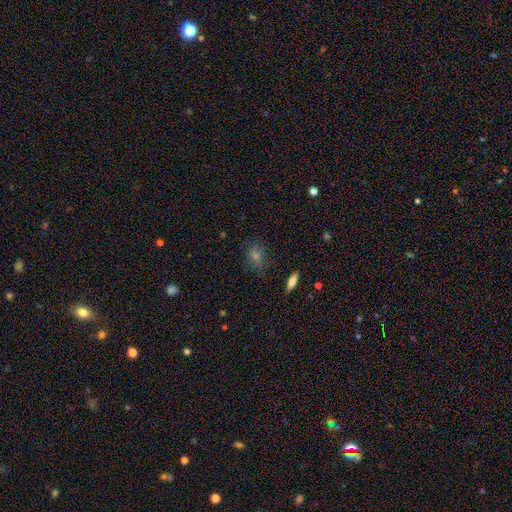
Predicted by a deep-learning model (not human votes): smooth-or-featured: smooth: 59% | star or artifact: 26% | featured or disk: 15%
  how-rounded: round: 50% | in between: 47% | cigar-shaped: 3%
  merging: none: 79% | minor disturbance: 15% | major disturbance: 4% | merger: 2%